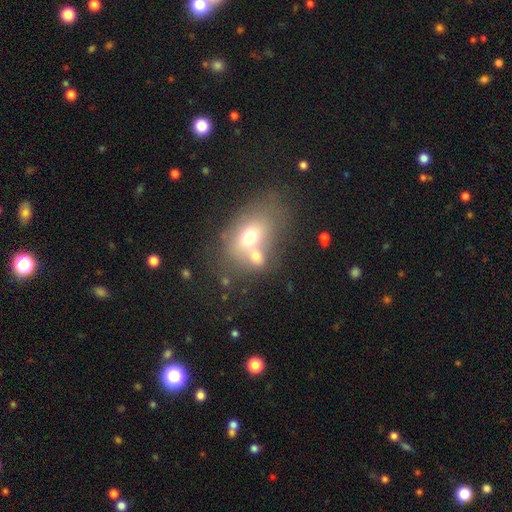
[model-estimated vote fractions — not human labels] Smooth or featured?
  - smooth: 63% *
  - featured or disk: 24%
  - star or artifact: 12%
How rounded?
  - in between: 66% *
  - round: 32%
  - cigar-shaped: 2%
Merging?
  - merger: 53% *
  - none: 28%
  - minor disturbance: 10%
  - major disturbance: 8%